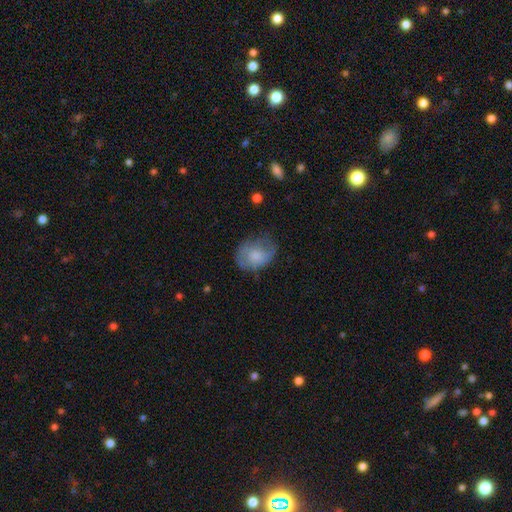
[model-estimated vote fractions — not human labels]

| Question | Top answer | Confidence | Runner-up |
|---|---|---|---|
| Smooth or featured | smooth | 58% | featured or disk (34%) |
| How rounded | in between | 54% | round (45%) |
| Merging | none | 52% | minor disturbance (31%) |